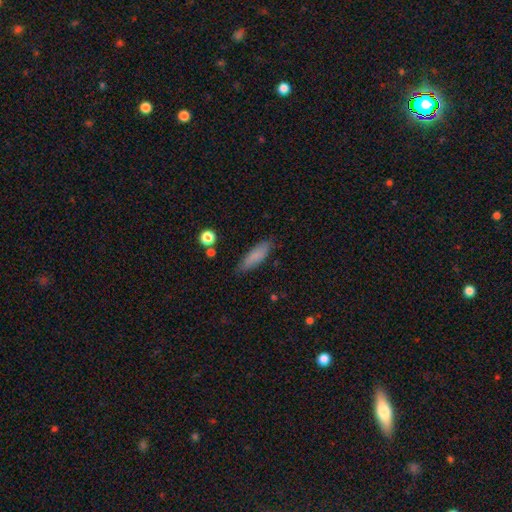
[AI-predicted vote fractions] smooth 82%, featured or disk 10%, star or artifact 7%. Down the decision tree: how rounded — cigar-shaped (54%); merging — none (82%).